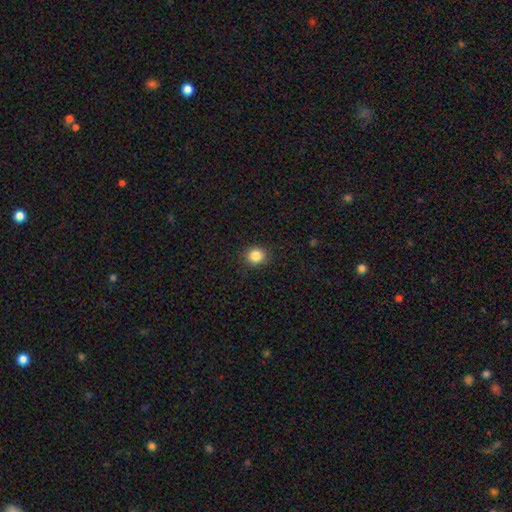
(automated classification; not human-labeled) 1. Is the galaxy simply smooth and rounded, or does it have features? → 85% smooth, 11% star or artifact, 4% featured or disk.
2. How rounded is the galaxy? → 84% round, 15% in between, 1% cigar-shaped.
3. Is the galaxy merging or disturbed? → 90% none, 7% minor disturbance, 2% major disturbance, 1% merger.